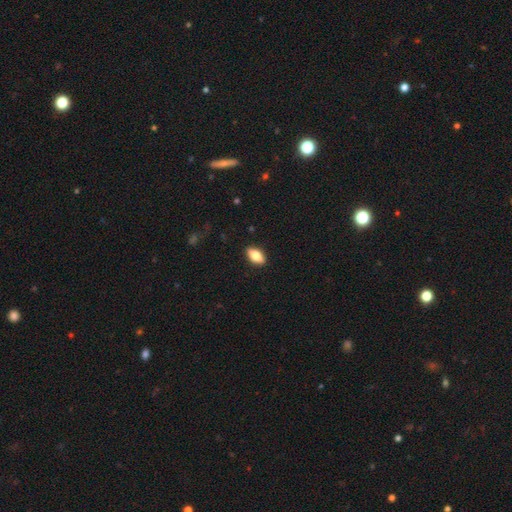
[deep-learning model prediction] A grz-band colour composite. It shows a smooth galaxy with no disk features (78%) that is in between round and cigar-shaped (89%). Merging: none (89%).